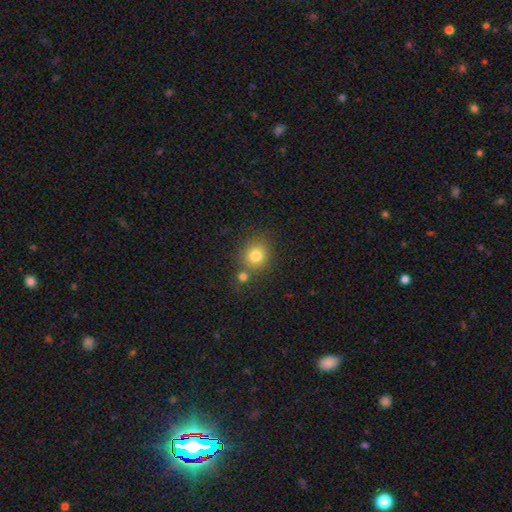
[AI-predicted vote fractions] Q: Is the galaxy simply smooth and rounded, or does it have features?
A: smooth — 79%.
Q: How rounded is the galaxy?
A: round — 81%.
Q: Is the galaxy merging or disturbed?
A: none — 69%.